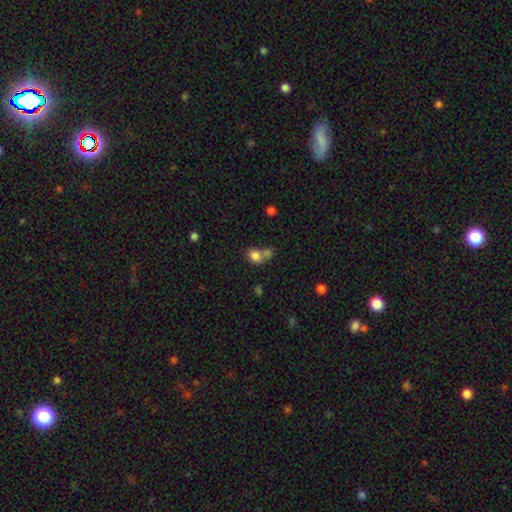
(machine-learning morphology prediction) A smooth galaxy with no disk features (81%) that is in between round and cigar-shaped (52%). Merging: merger (50%).